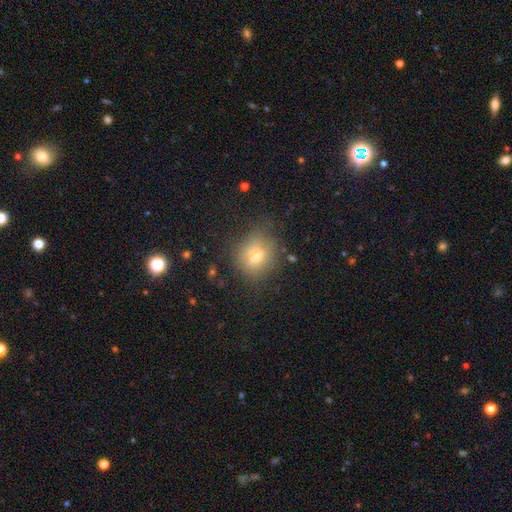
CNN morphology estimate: This is possibly a smooth galaxy (56%). How rounded: likely round (68%). Merging: likely none (72%).